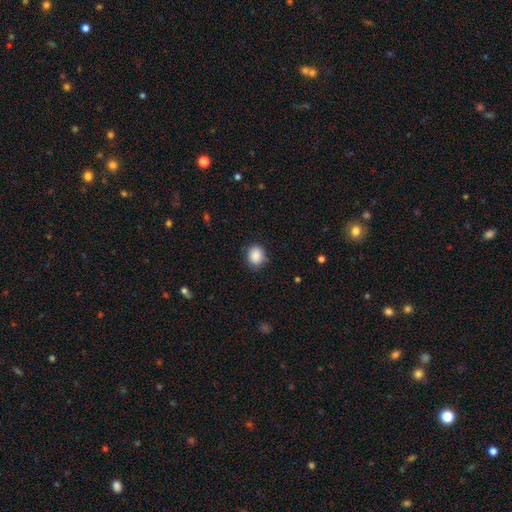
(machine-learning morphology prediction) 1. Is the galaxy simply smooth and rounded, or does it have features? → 89% smooth, 8% star or artifact, 3% featured or disk.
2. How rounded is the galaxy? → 65% round, 34% in between, 1% cigar-shaped.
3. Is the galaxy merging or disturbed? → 82% none, 14% minor disturbance, 3% major disturbance, 1% merger.